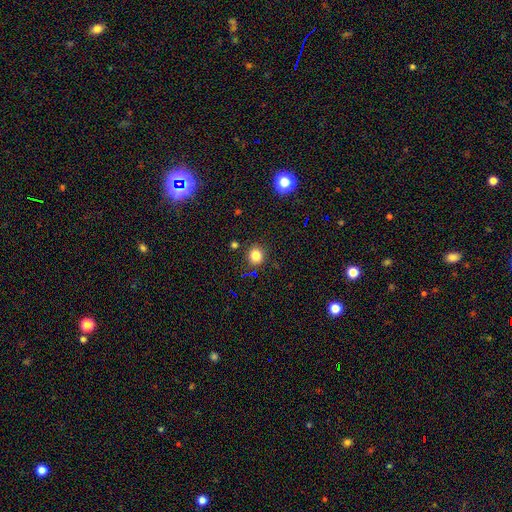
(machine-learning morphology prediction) smooth_or_featured: smooth (p=0.81) [alt: star or artifact p=0.14]
how_rounded: round (p=0.85) [alt: in between p=0.14]
merging: none (p=0.86) [alt: minor disturbance p=0.08]